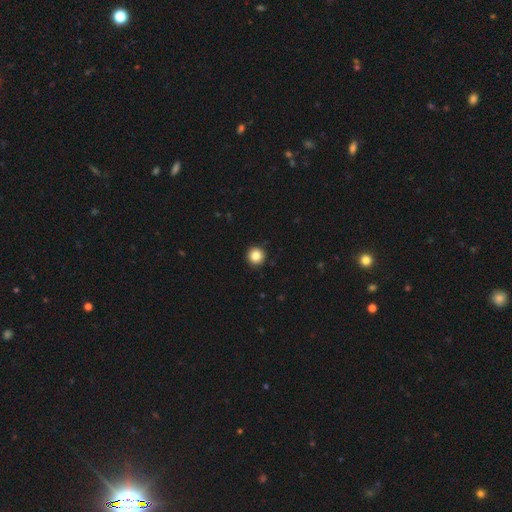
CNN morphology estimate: smooth-or-featured: smooth: 85% | star or artifact: 10% | featured or disk: 5%
  how-rounded: round: 96% | in between: 3% | cigar-shaped: 1%
  merging: none: 93% | minor disturbance: 5% | major disturbance: 1% | merger: 1%